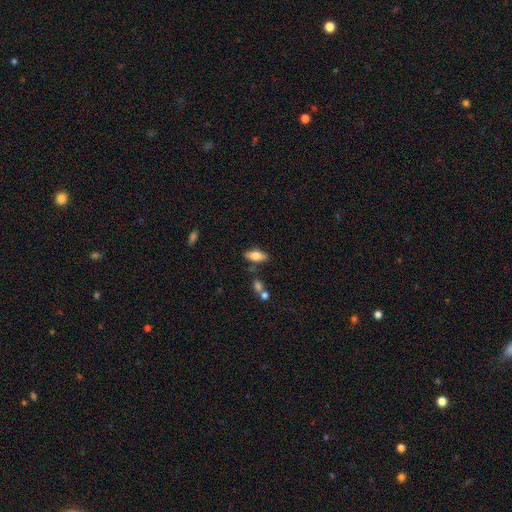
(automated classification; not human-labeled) This appears to be a smooth galaxy with no disk features (75%) that is in between round and cigar-shaped (82%). Merging: none (77%).